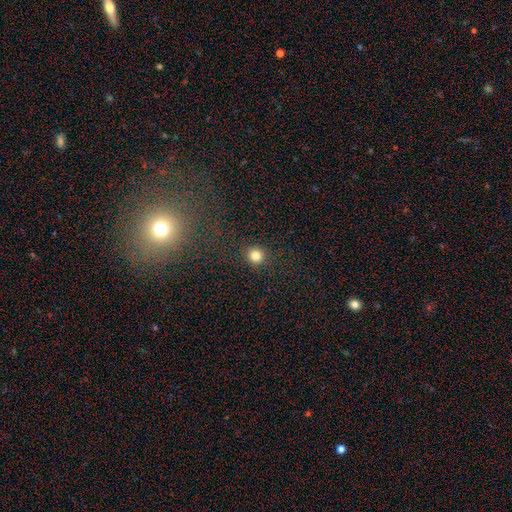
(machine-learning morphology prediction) type=smooth (81%); roundness=round (91%); merging=none (89%).